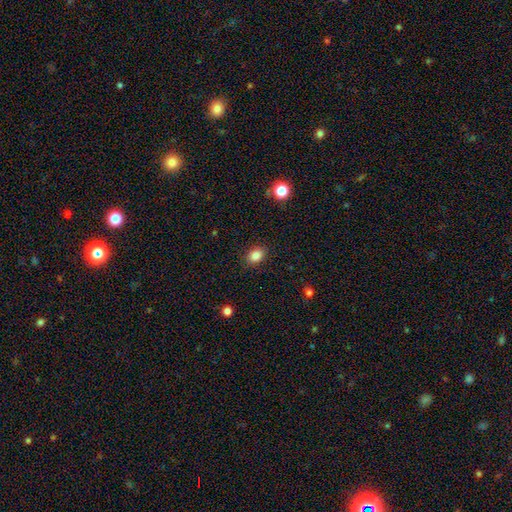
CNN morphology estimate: The model was most divided on "how rounded": in between: 64%, round: 35%, cigar-shaped: 1%. More confident: merging — none (87%); smooth or featured — smooth (85%).